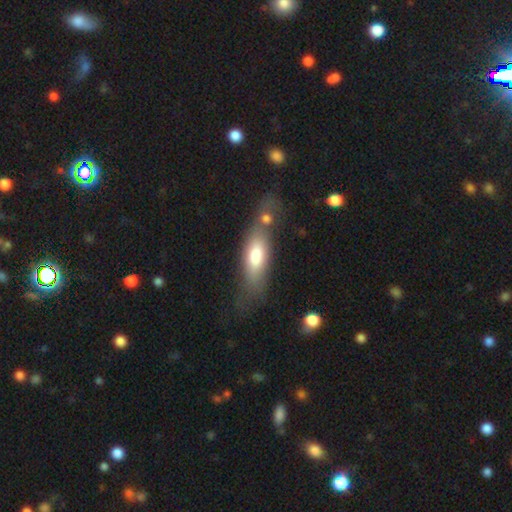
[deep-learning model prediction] Q: Smooth or featured?
A: smooth (67%); runner-up: featured or disk (26%)
Q: How rounded?
A: in between (55%); runner-up: cigar-shaped (42%)
Q: Merging?
A: none (53%); runner-up: minor disturbance (20%)